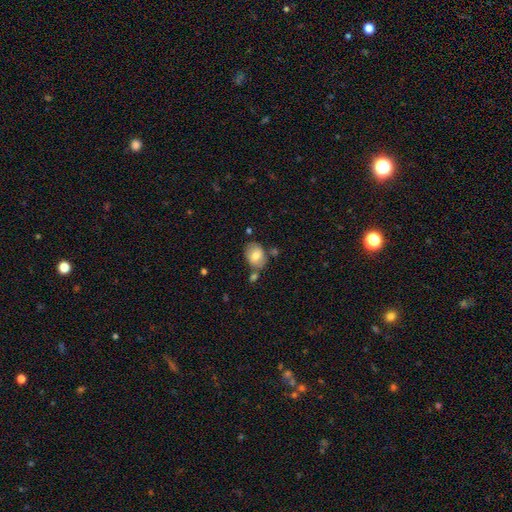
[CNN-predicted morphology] Smooth or featured? smooth (72%)
How rounded? in between (70%)
Merging? none (64%)